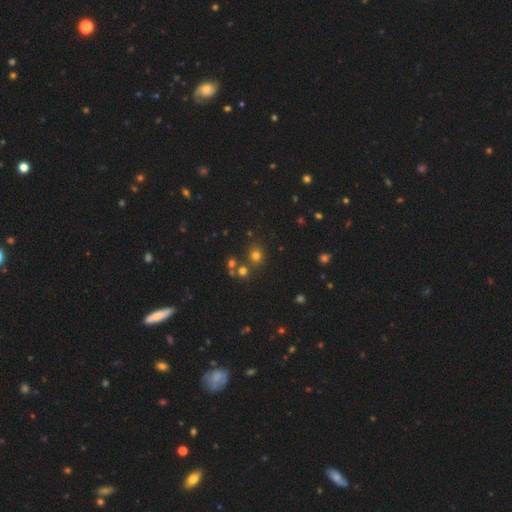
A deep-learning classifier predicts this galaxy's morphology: Smooth or featured: smooth — 69% (star or artifact — 23%)
How rounded: round — 86% (in between — 13%)
Merging: none — 75% (merger — 13%)